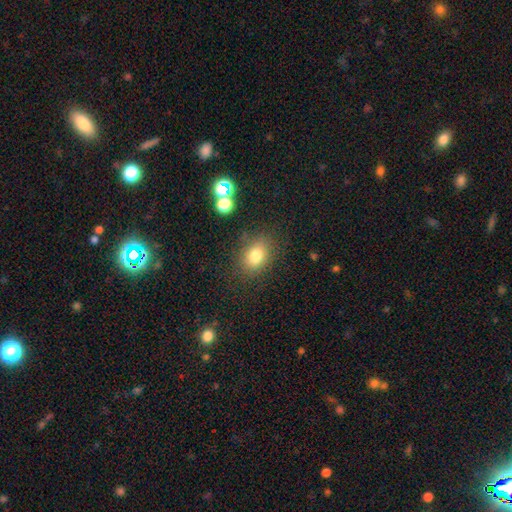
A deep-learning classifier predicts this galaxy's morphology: Smooth or featured? smooth (78%)
How rounded? in between (67%)
Merging? none (80%)